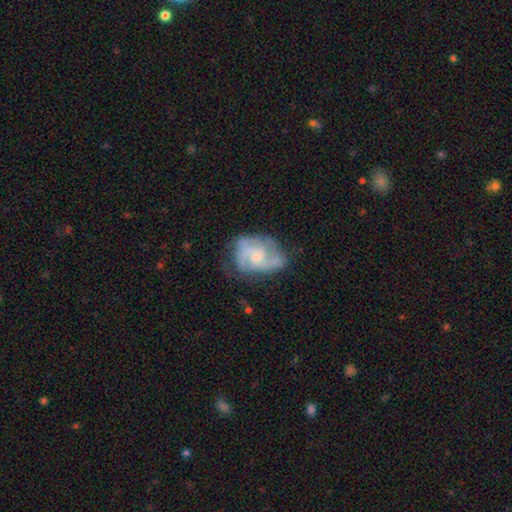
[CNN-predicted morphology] This is clearly a featured or disk galaxy (81%). It is clearly not viewed edge-on (98%). Bar: possibly no (54%). Spiral arm pattern: clearly yes (92%). Spiral arm count: possibly 2 (52%). Spiral winding: possibly medium (49%). Central bulge: possibly small (45%). Merging: possibly none (55%).